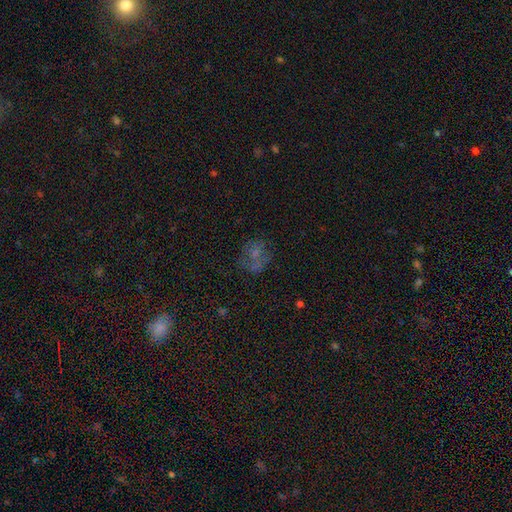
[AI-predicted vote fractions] Smooth or featured? smooth (45%)
Merging? none (53%)